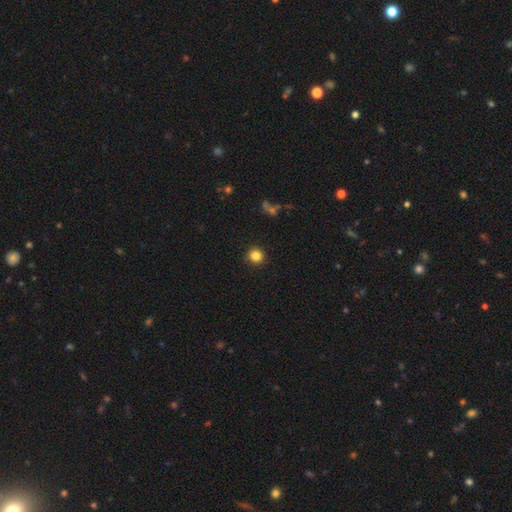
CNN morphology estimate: A smooth galaxy with no disk features (84%) that is round (93%).

Vote fractions:
- Smooth or featured? smooth: 84% / star or artifact: 12% / featured or disk: 5%
- How rounded? round: 93% / in between: 6% / cigar-shaped: 1%
- Merging? none: 91% / minor disturbance: 6% / major disturbance: 2% / merger: 1%